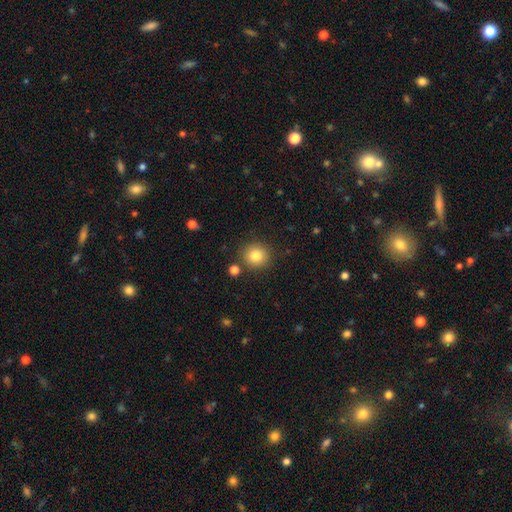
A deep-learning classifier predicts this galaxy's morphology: Smooth or featured? smooth (82%)
How rounded? round (90%)
Merging? none (86%)